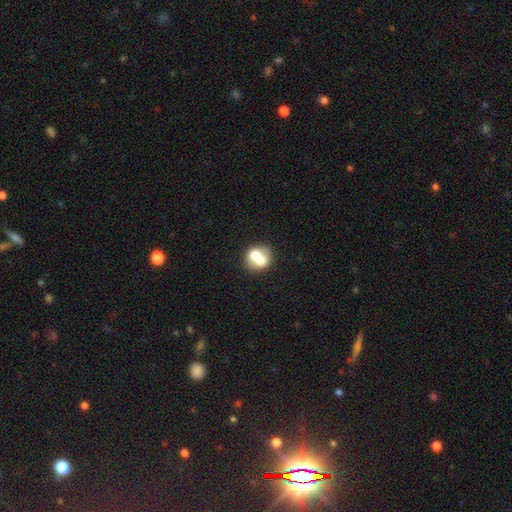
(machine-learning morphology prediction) A smooth galaxy with no disk features (62%) that is round (72%). Merging: merger (60%).